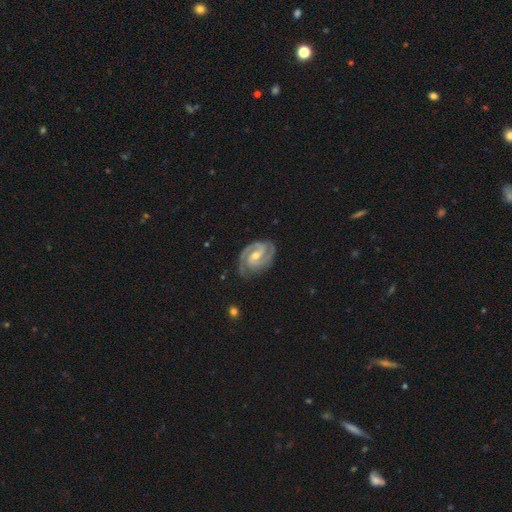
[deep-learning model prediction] This is clearly a featured or disk galaxy (92%). It is clearly not viewed edge-on (98%). Bar: possibly weak (48%). Spiral arm pattern: clearly yes (99%). Spiral arm count: clearly 2 (86%). Spiral winding: possibly tight (56%). Central bulge: possibly moderate (56%). Merging: clearly none (80%).